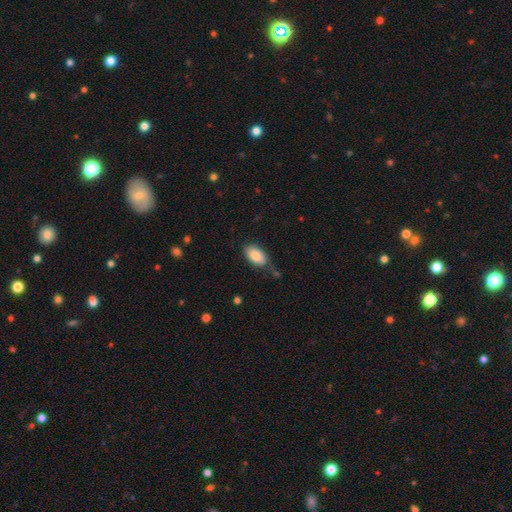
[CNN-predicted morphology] Q: Smooth or featured?
A: smooth (86%); runner-up: featured or disk (7%)
Q: How rounded?
A: in between (94%); runner-up: round (4%)
Q: Merging?
A: none (69%); runner-up: minor disturbance (21%)